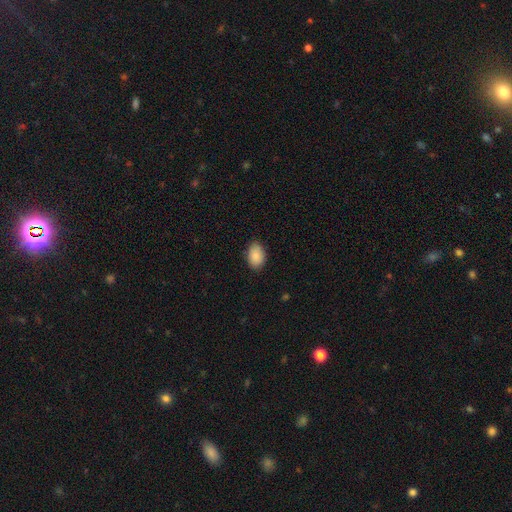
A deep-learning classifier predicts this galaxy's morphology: This is clearly a smooth galaxy (90%). How rounded: clearly in between (87%). Merging: clearly none (84%).